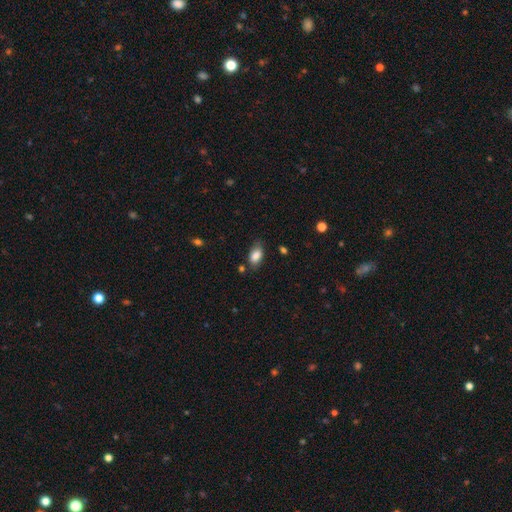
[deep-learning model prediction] Morphology: type=smooth (84%); roundness=in between (90%); merging=none (72%).